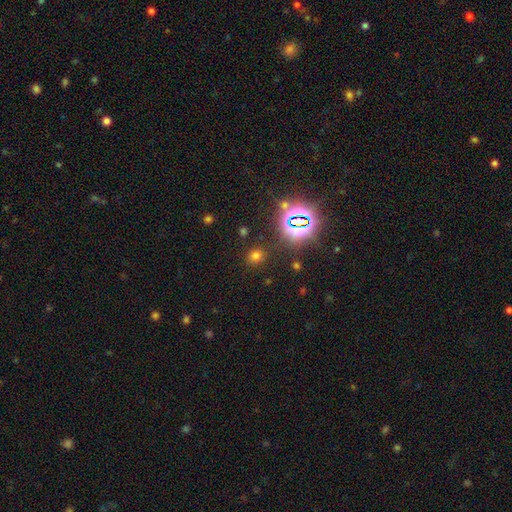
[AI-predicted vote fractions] Smooth or featured: smooth — 63% (star or artifact — 30%)
How rounded: round — 80% (in between — 19%)
Merging: none — 85% (minor disturbance — 9%)